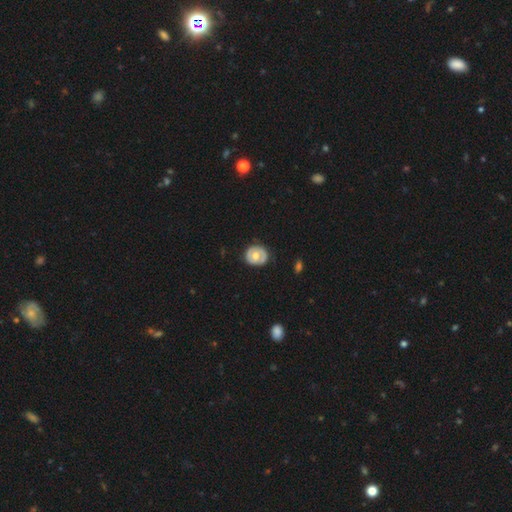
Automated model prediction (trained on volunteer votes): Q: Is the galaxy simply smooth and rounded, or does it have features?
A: smooth — 49%.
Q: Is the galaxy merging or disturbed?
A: none — 82%.